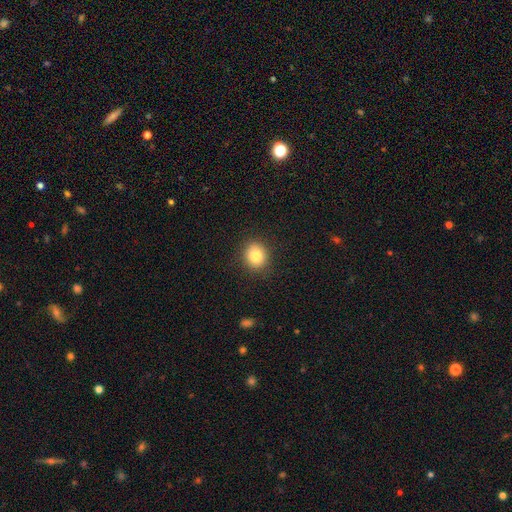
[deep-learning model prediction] Smooth or featured? smooth (82%)
How rounded? round (79%)
Merging? none (89%)